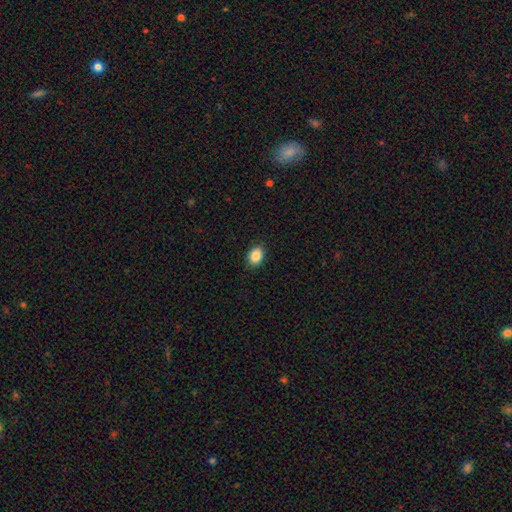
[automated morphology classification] Smooth or featured: smooth — 88% (star or artifact — 8%)
How rounded: in between — 73% (round — 26%)
Merging: none — 88% (minor disturbance — 9%)